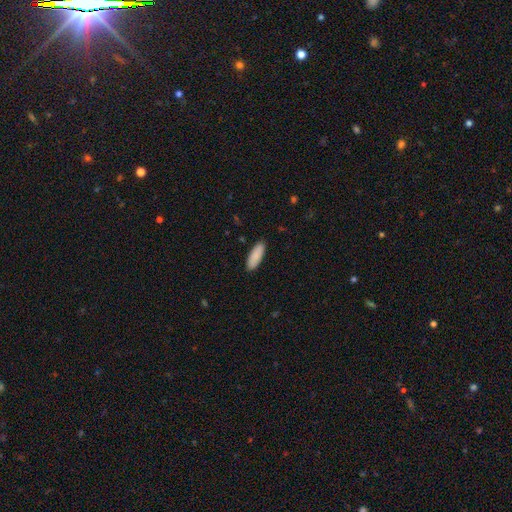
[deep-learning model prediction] This is clearly a smooth galaxy (90%). How rounded: likely in between (64%). Merging: clearly none (89%).